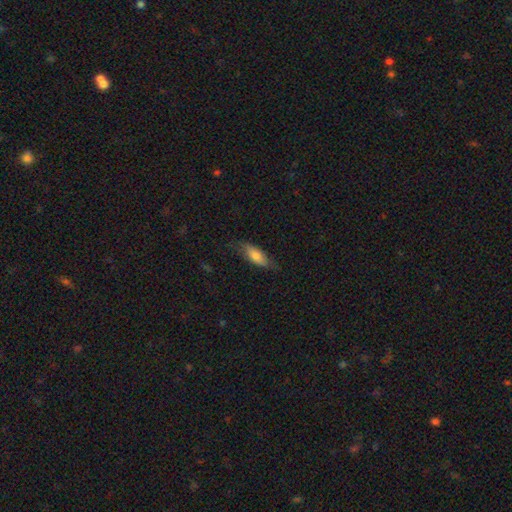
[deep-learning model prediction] This is likely a smooth galaxy (70%). How rounded: likely in between (71%). Merging: likely none (68%).